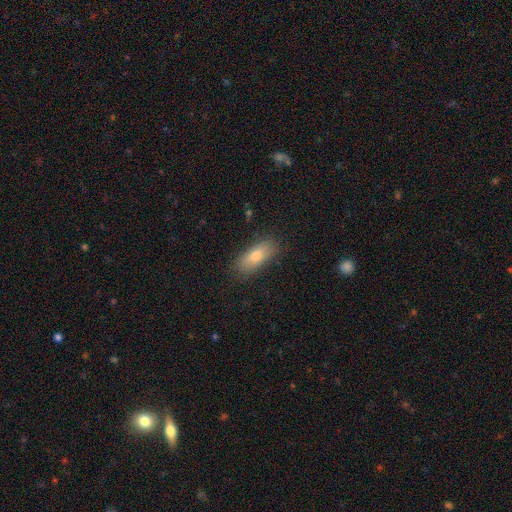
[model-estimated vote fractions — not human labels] Smooth or featured?
  - smooth: 76% *
  - featured or disk: 16%
  - star or artifact: 8%
How rounded?
  - in between: 73% *
  - cigar-shaped: 24%
  - round: 3%
Merging?
  - none: 84% *
  - minor disturbance: 12%
  - major disturbance: 3%
  - merger: 1%